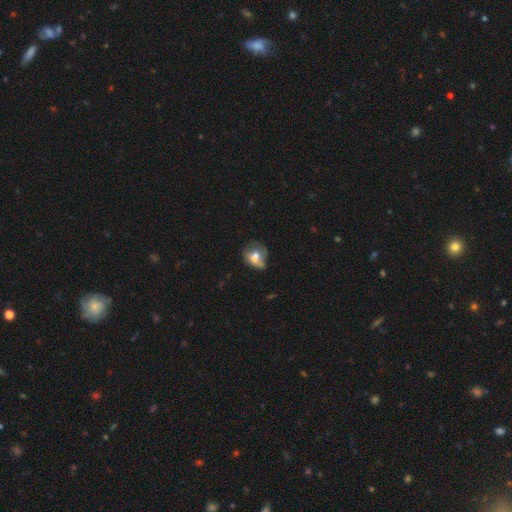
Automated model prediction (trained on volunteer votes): A smooth galaxy with no disk features (56%) that is round (53%). Merging: none (36%).